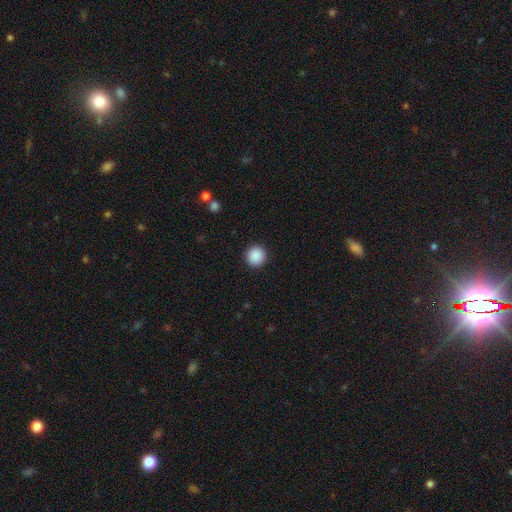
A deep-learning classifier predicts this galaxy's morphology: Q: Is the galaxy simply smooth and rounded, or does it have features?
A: smooth — 89%.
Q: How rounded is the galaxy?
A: round — 95%.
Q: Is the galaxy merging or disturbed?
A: none — 93%.